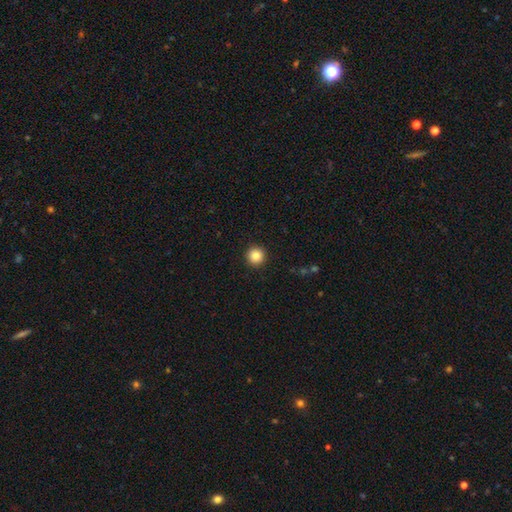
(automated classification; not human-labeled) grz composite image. It shows a smooth galaxy with no disk features (86%) that is round (96%). Merging: none (93%).